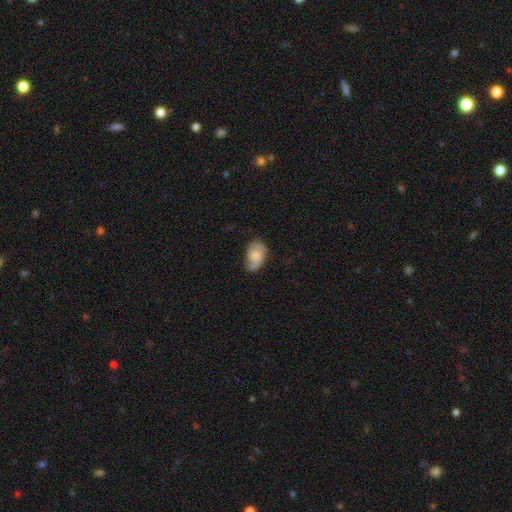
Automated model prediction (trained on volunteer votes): Morphology: type=featured or disk (48%); merging=none (57%).